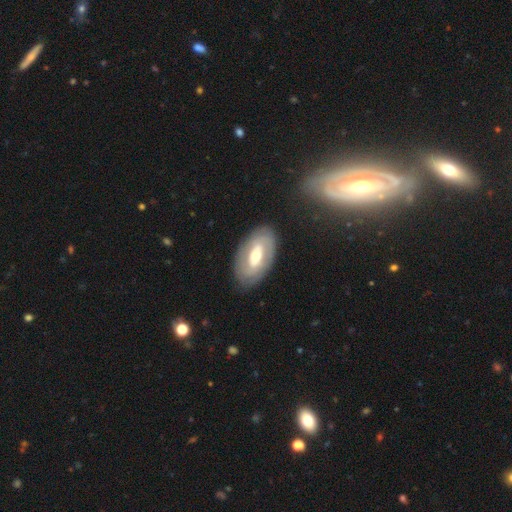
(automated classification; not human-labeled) Overall: featured or disk (66%; smooth 29%). Edge-on disk: no (92%). Bar: weak (38%; no 33%). Spiral arms: yes (55%; no 45%). Bulge size: moderate (67%). Merging: none (82%).